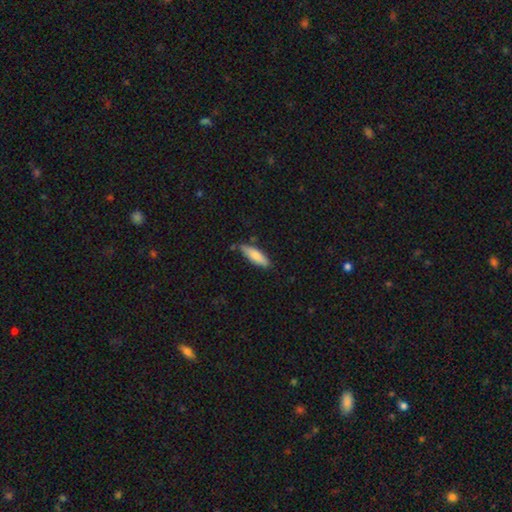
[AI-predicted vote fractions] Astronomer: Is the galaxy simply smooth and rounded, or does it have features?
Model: smooth — 79%.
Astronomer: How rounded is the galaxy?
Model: in between — 52% (runner-up: cigar-shaped, 47%).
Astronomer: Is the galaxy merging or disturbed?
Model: none — 72%.